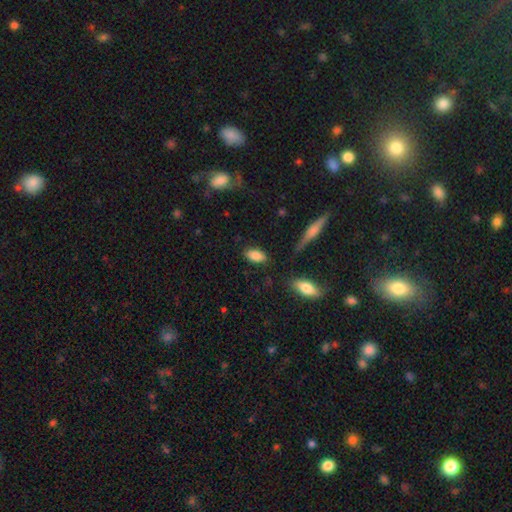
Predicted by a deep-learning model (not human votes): Smooth or featured? Predicted: smooth (p=0.85). How rounded? Predicted: in between (p=0.91). Merging? Predicted: none (p=0.82).